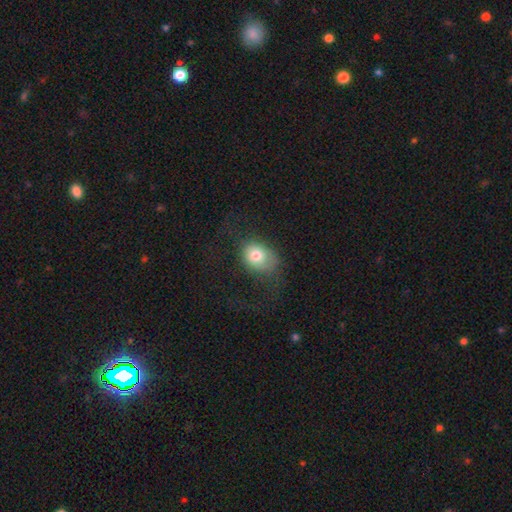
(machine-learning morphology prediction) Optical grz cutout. It shows a smooth galaxy with no disk features (74%) that is in between round and cigar-shaped (55%). Merging: none (52%).